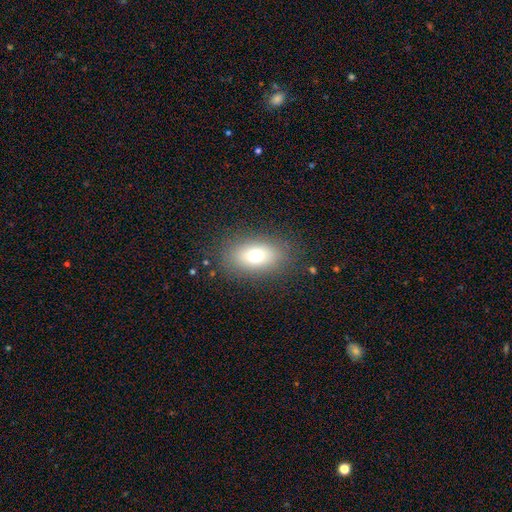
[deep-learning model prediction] This appears to be a smooth galaxy with no disk features (71%) that is in between round and cigar-shaped (81%). Merging: none (83%).